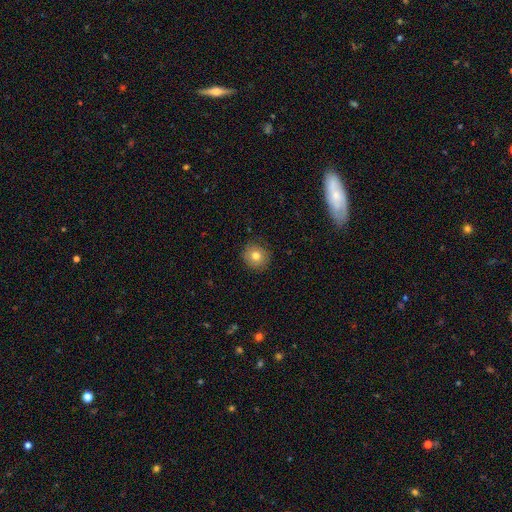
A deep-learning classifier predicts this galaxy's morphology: Smooth or featured: smooth — 78% (featured or disk — 12%)
How rounded: round — 90% (in between — 9%)
Merging: none — 88% (minor disturbance — 9%)